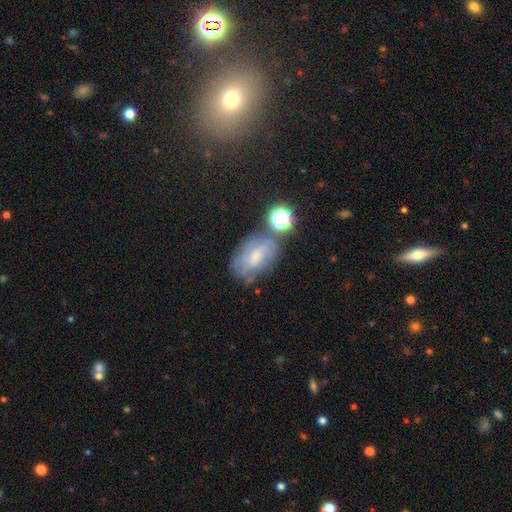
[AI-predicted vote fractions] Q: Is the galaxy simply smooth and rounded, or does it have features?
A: featured or disk — 46%.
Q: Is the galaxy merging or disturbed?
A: none — 54%.